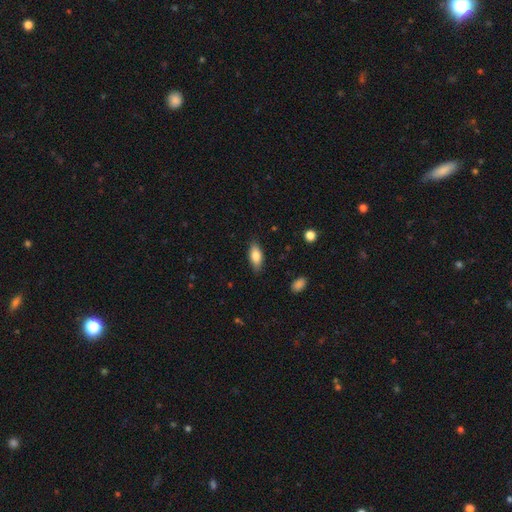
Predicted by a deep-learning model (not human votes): This appears to be a smooth galaxy with no disk features (81%) that is in between round and cigar-shaped (83%). Merging: none (84%).